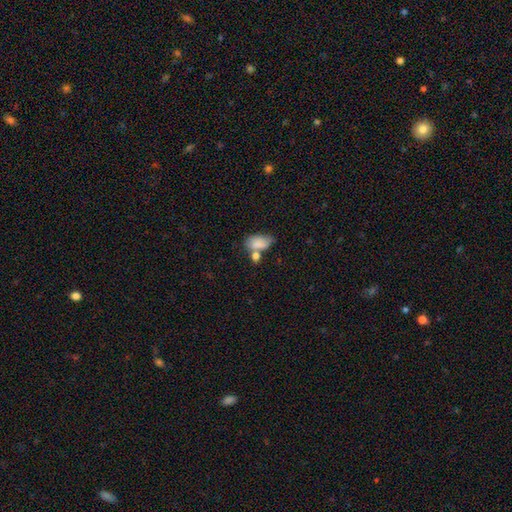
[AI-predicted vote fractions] smooth 79%, featured or disk 12%, star or artifact 9%. Down the decision tree: how rounded — in between (84%); merging — merger (41%).